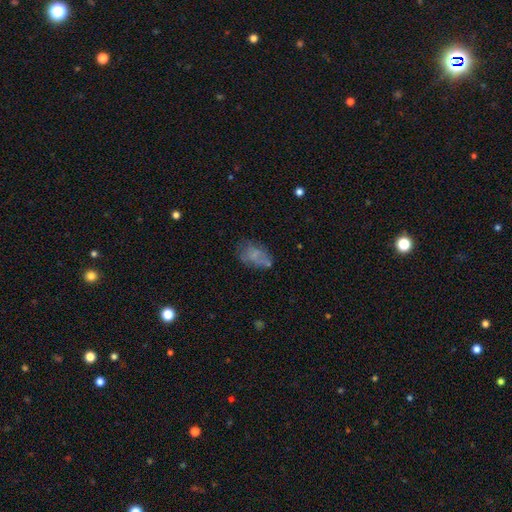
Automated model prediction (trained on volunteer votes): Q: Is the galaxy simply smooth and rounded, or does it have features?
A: smooth — 59%.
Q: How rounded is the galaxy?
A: in between — 88%.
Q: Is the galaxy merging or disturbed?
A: none — 52%.